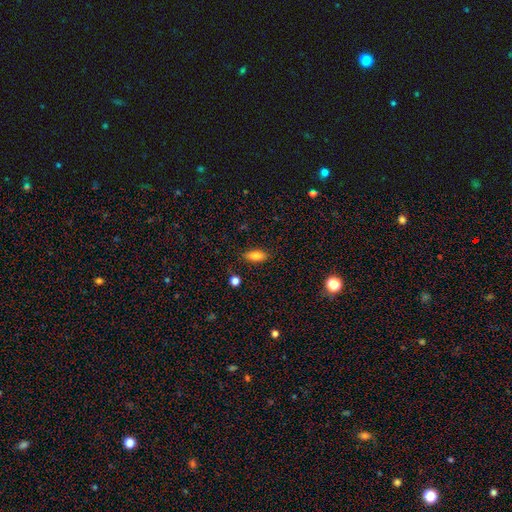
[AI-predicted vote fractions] Smooth or featured? smooth (82%)
How rounded? in between (83%)
Merging? none (85%)